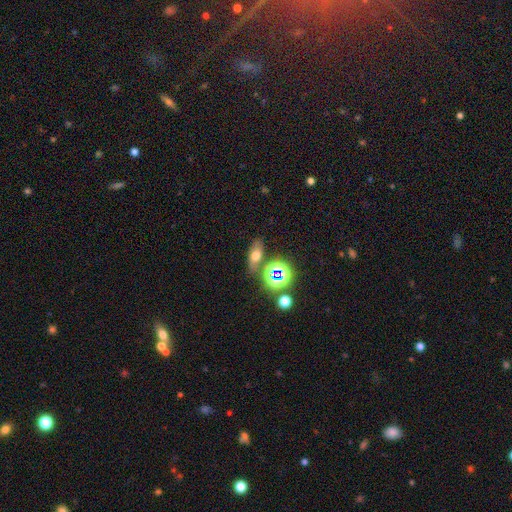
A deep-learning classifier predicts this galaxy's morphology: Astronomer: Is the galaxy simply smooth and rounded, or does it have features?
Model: smooth — 55%.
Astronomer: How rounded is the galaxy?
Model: in between — 69%.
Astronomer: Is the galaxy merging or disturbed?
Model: none — 73%.